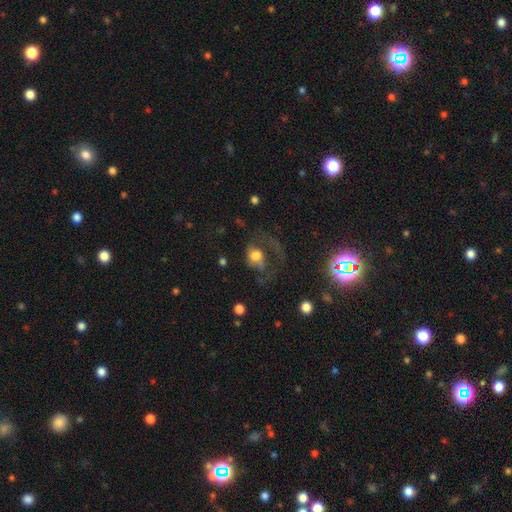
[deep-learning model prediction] This is possibly a smooth galaxy (47%). Merging: possibly major disturbance (57%).